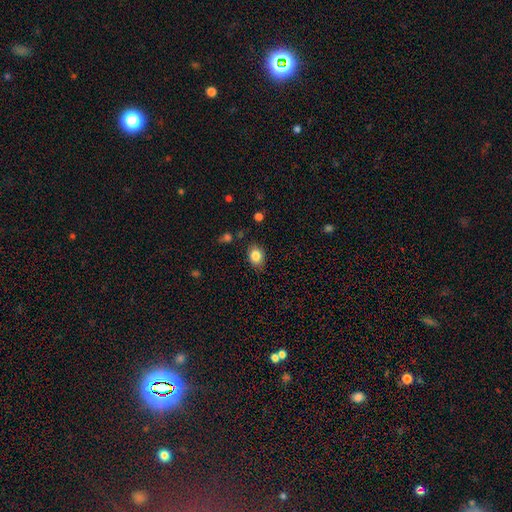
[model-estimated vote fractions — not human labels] Smooth or featured? Predicted: smooth (p=0.84). How rounded? Predicted: in between (p=0.64). Merging? Predicted: none (p=0.83).